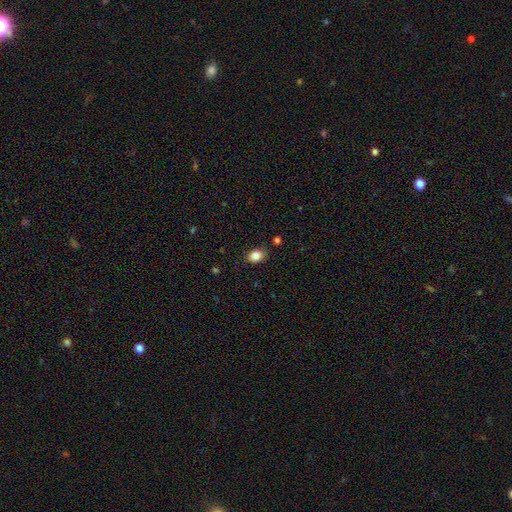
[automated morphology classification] smooth-or-featured: smooth: 85% | star or artifact: 10% | featured or disk: 6%
  how-rounded: in between: 70% | round: 29% | cigar-shaped: 1%
  merging: none: 84% | minor disturbance: 12% | major disturbance: 3% | merger: 2%